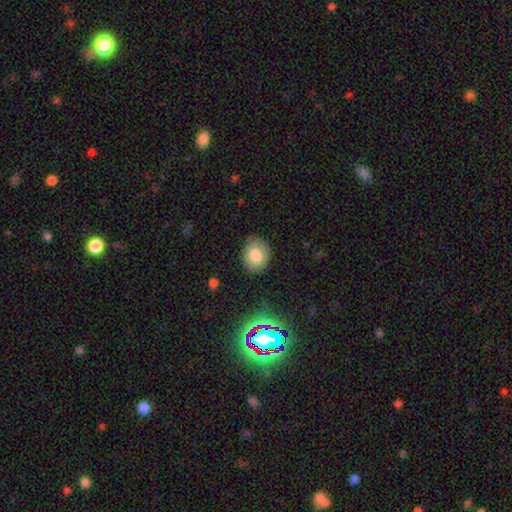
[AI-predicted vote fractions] smooth 73%, featured or disk 17%, star or artifact 10%. Down the decision tree: how rounded — round (50%); merging — none (80%).